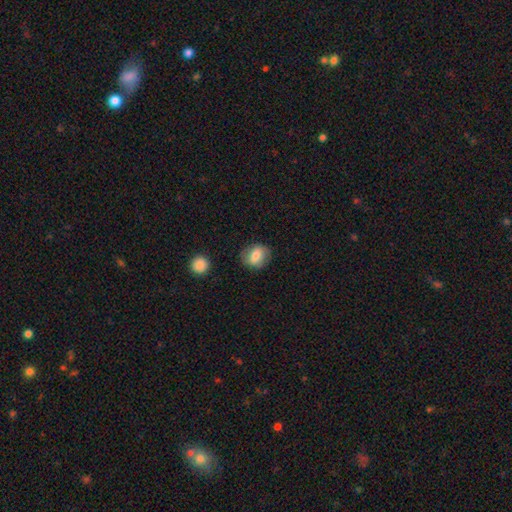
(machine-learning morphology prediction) A smooth galaxy with no disk features (69%) that is round (59%). Merging: none (78%).